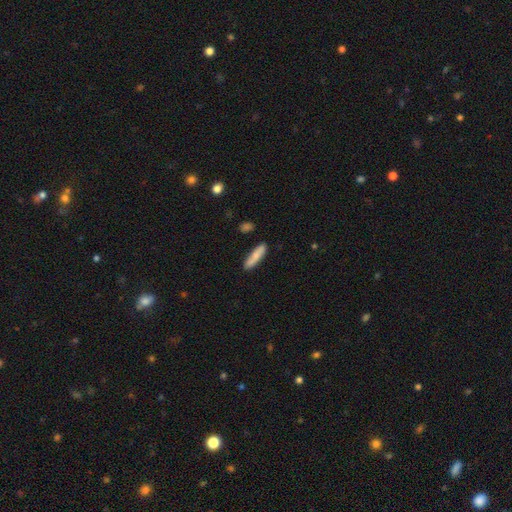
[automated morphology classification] The model was most divided on "how rounded": cigar-shaped: 78%, in between: 21%, round: 2%. More confident: merging — none (83%); smooth or featured — smooth (78%).